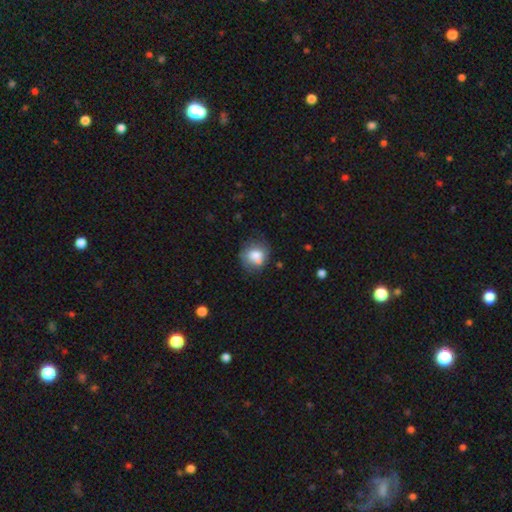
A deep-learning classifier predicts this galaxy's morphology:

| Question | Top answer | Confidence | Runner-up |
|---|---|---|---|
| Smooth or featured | smooth | 74% | featured or disk (16%) |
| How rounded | round | 74% | in between (25%) |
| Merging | none | 58% | minor disturbance (23%) |